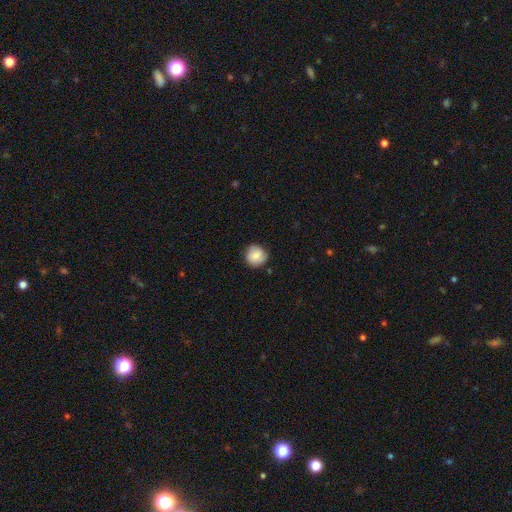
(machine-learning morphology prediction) This is clearly a smooth galaxy (83%). How rounded: clearly round (93%). Merging: clearly none (84%).